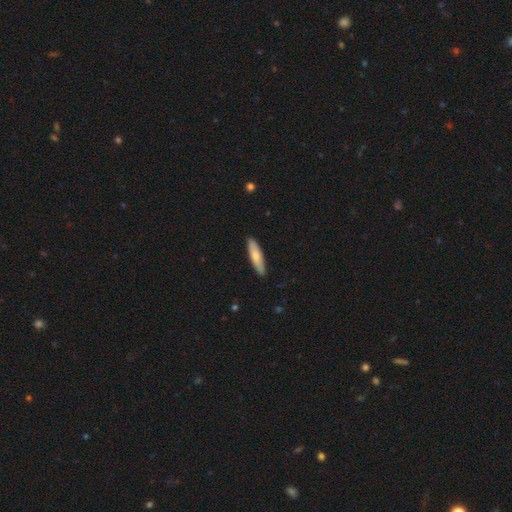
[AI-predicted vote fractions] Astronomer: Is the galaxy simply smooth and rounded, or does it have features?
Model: smooth — 72%.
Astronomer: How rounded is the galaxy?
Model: cigar-shaped — 73%.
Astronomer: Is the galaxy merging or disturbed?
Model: none — 90%.